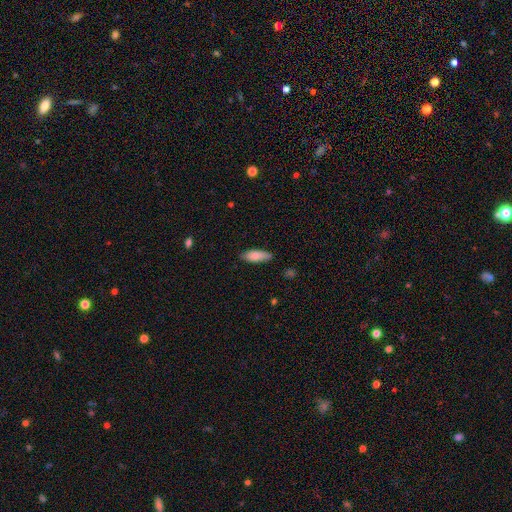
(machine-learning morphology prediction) Q: Smooth or featured?
A: smooth (81%); runner-up: featured or disk (13%)
Q: How rounded?
A: in between (68%); runner-up: cigar-shaped (30%)
Q: Merging?
A: none (77%); runner-up: minor disturbance (19%)